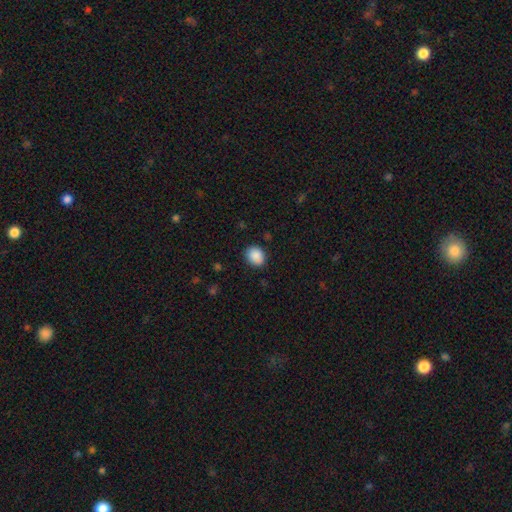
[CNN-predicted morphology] This is clearly a smooth galaxy (89%). How rounded: possibly round (57%). Merging: clearly none (87%).